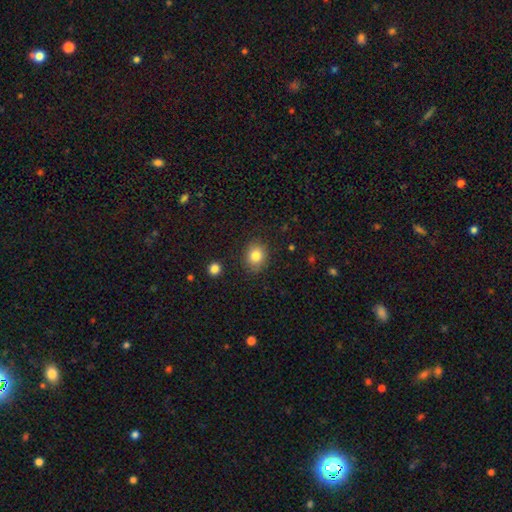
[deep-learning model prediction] A smooth galaxy with no disk features (83%) that is round (64%).

Vote fractions:
- Smooth or featured? smooth: 83% / star or artifact: 10% / featured or disk: 7%
- How rounded? round: 64% / in between: 35% / cigar-shaped: 1%
- Merging? none: 86% / minor disturbance: 10% / major disturbance: 3% / merger: 2%